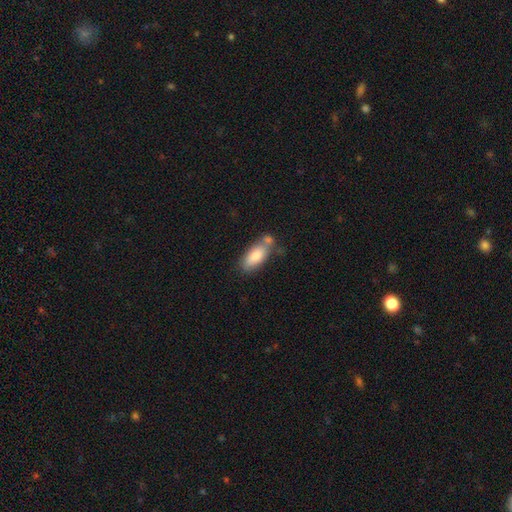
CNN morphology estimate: smooth_or_featured: smooth (p=0.79) [alt: featured or disk p=0.14]
how_rounded: in between (p=0.83) [alt: cigar-shaped p=0.14]
merging: none (p=0.50) [alt: merger p=0.27]